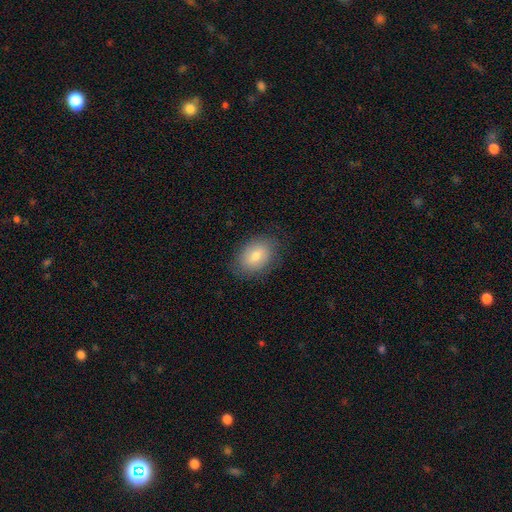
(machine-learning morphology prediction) Overall: smooth (73%). How rounded: in between (74%). Merging: none (83%).